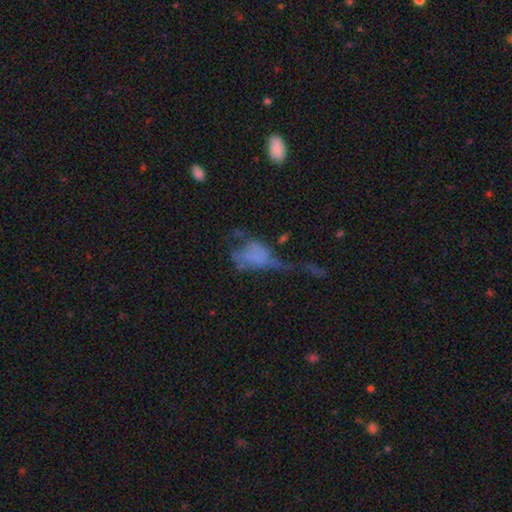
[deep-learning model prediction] Overall: smooth (44%; featured or disk 40%). Merging: major disturbance (56%).